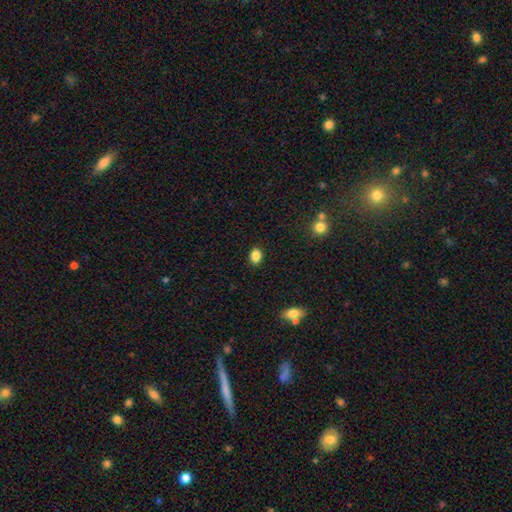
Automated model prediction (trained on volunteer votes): smooth-or-featured: smooth: 85% | star or artifact: 11% | featured or disk: 4%
  how-rounded: in between: 64% | round: 35% | cigar-shaped: 1%
  merging: none: 89% | minor disturbance: 8% | major disturbance: 2% | merger: 1%